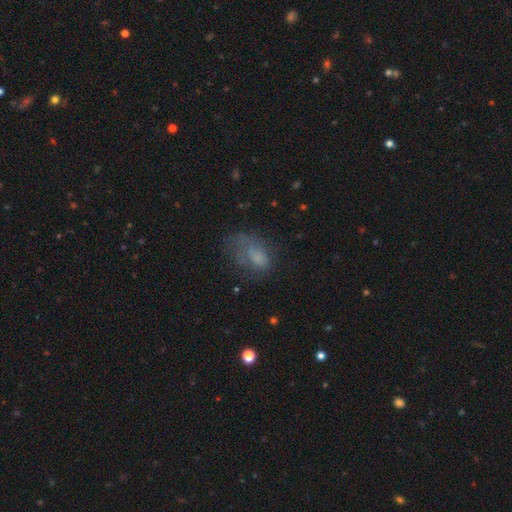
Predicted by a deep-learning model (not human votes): This appears to be a smooth galaxy with no disk features (57%) that is in between round and cigar-shaped (83%). Merging: major disturbance (36%, tied with none).